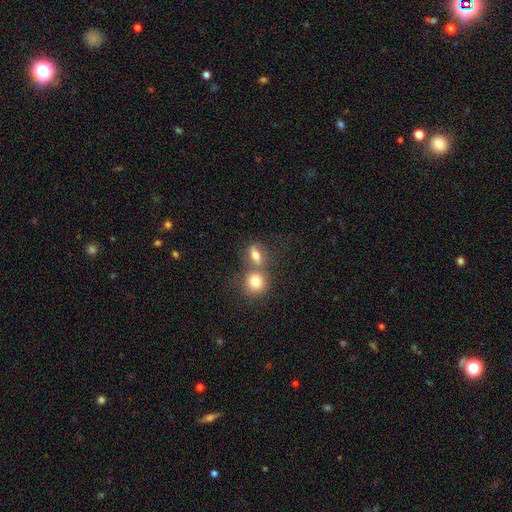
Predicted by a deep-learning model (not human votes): A smooth galaxy with no disk features (70%) that is in between round and cigar-shaped (60%). Merging: merger (51%).